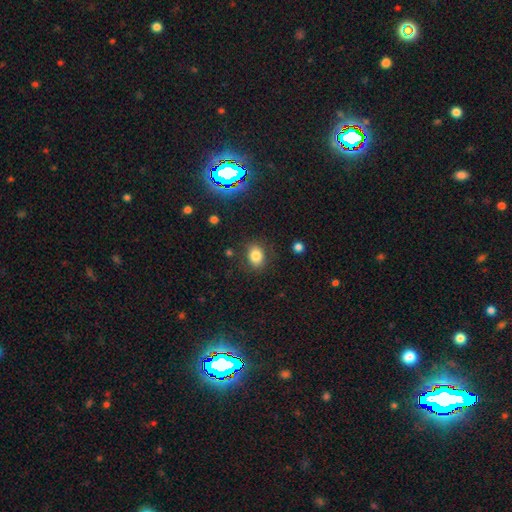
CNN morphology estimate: Smooth or featured? Predicted: smooth (p=0.80). How rounded? Predicted: in between (p=0.56). Merging? Predicted: none (p=0.81).